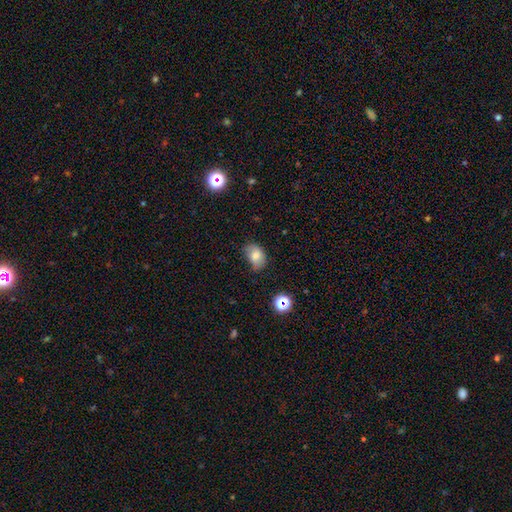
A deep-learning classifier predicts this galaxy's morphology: Smooth or featured? smooth (78%)
How rounded? in between (81%)
Merging? none (53%)